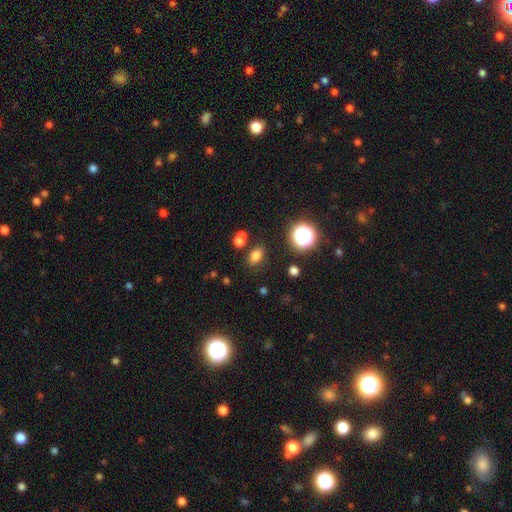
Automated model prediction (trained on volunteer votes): Smooth or featured? smooth (77%)
How rounded? in between (75%)
Merging? none (77%)